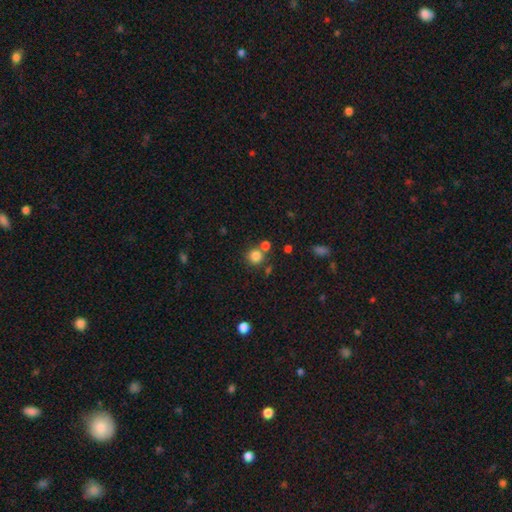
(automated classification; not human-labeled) The model was most divided on "merging": none: 68%, merger: 20%, minor disturbance: 8%, major disturbance: 3%. More confident: how rounded — round (91%); smooth or featured — smooth (82%).